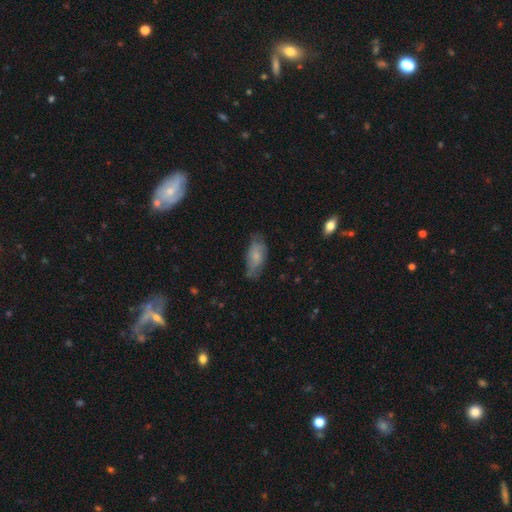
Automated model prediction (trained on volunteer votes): smooth 68%, featured or disk 25%, star or artifact 7%. Down the decision tree: how rounded — in between (85%); merging — none (63%).